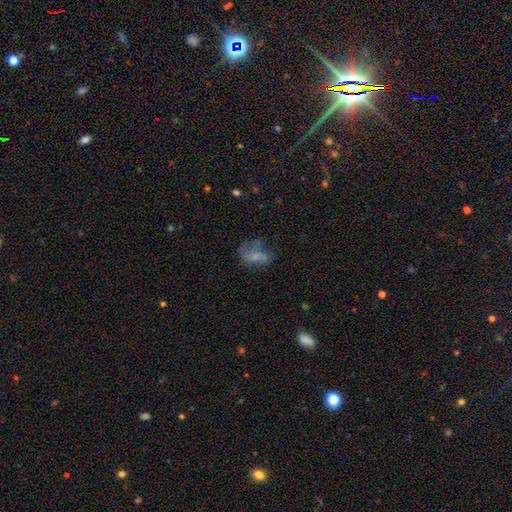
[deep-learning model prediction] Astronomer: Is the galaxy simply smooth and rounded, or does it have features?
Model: smooth — 44% (runner-up: featured or disk, 42%).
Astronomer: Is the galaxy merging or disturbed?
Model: major disturbance — 36% (runner-up: none, 35%).